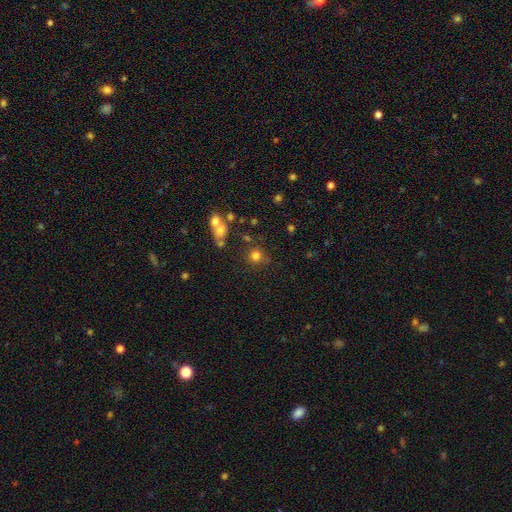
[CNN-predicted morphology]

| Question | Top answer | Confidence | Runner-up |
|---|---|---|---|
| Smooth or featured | smooth | 76% | star or artifact (16%) |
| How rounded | round | 91% | in between (8%) |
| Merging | none | 73% | minor disturbance (11%) |